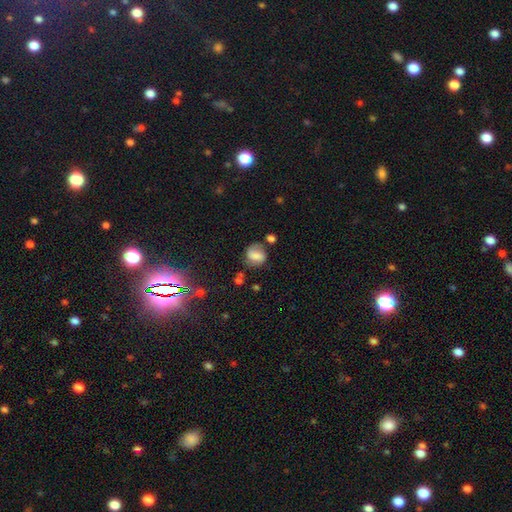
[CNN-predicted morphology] Smooth or featured: smooth — 54% (featured or disk — 35%)
How rounded: round — 61% (in between — 37%)
Merging: none — 56% (minor disturbance — 24%)